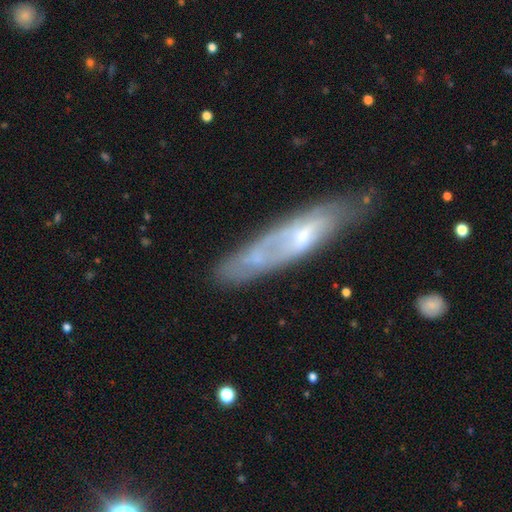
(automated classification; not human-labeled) A featured or disk galaxy (56%). Merging: none (63%).